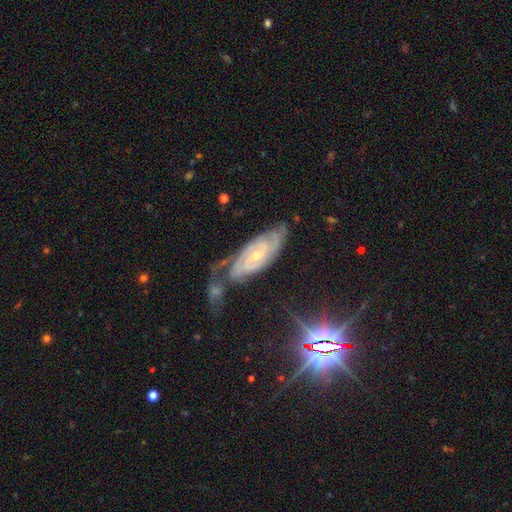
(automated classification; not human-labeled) A featured or disk galaxy (82%) with no bar (49%), 2 (53%) tight (68%) spiral arms (97%) and a small central bulge (72%).

Vote fractions:
- Smooth or featured? featured or disk: 82% / star or artifact: 11% / smooth: 8%
- Edge-on disk? no: 92% / yes: 8%
- Bar? no: 49% / weak: 37% / strong: 14%
- Spiral arms? yes: 97% / no: 3%
- Spiral winding? tight: 68% / medium: 26% / loose: 5%
- Spiral arm count? 2: 53% / can't tell: 21% / 3: 14% / 4: 5% / 1: 3% / more than 4: 3%
- Bulge size? small: 72% / moderate: 24% / none: 2% / large: 1% / dominant: 1%
- Merging? none: 58% / minor disturbance: 23% / major disturbance: 10% / merger: 8%